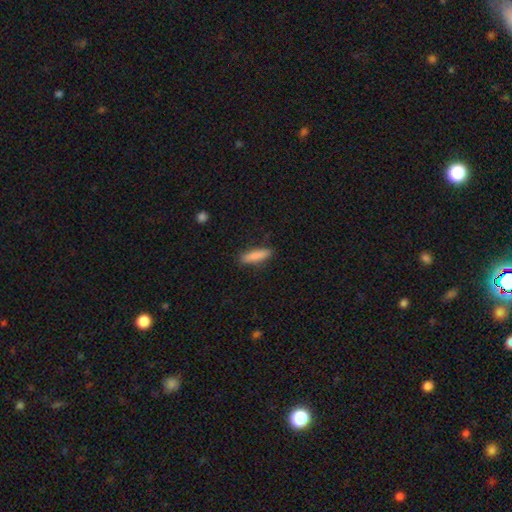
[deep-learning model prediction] This is clearly a smooth galaxy (86%). How rounded: likely cigar-shaped (69%). Merging: clearly none (87%).